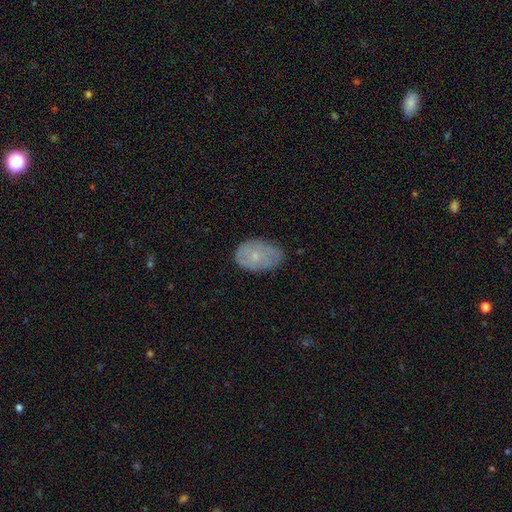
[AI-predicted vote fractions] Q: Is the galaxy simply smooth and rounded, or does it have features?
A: smooth — 62%.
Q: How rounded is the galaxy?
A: in between — 86%.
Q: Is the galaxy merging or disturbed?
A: none — 67%.